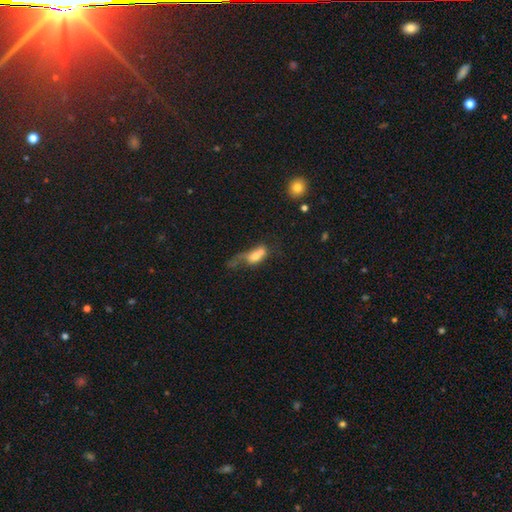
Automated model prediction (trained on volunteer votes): A smooth galaxy with no disk features (57%) that is in between round and cigar-shaped (70%).

Vote fractions:
- Smooth or featured? smooth: 57% / featured or disk: 32% / star or artifact: 11%
- How rounded? in between: 70% / round: 17% / cigar-shaped: 13%
- Merging? merger: 43% / major disturbance: 30% / none: 15% / minor disturbance: 12%